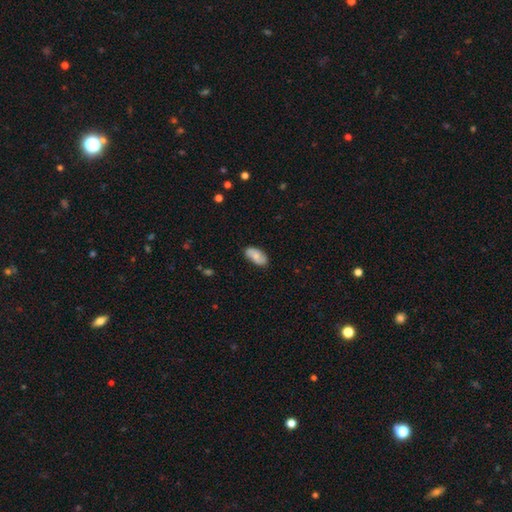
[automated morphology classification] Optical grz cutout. It shows a smooth galaxy with no disk features (65%) that is in between round and cigar-shaped (92%). Merging: none (78%).